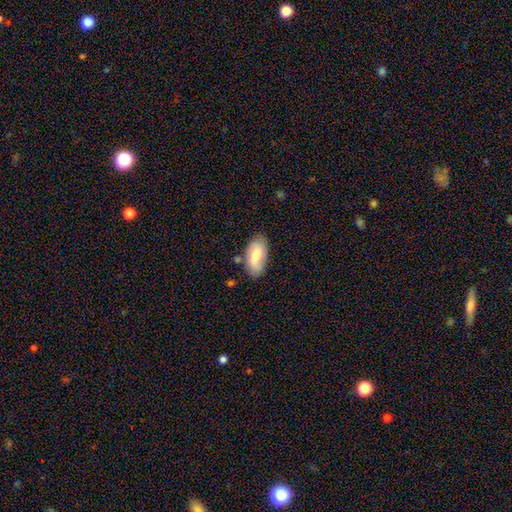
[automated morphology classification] Overall: smooth (61%; featured or disk 32%). How rounded: in between (93%). Merging: none (75%).